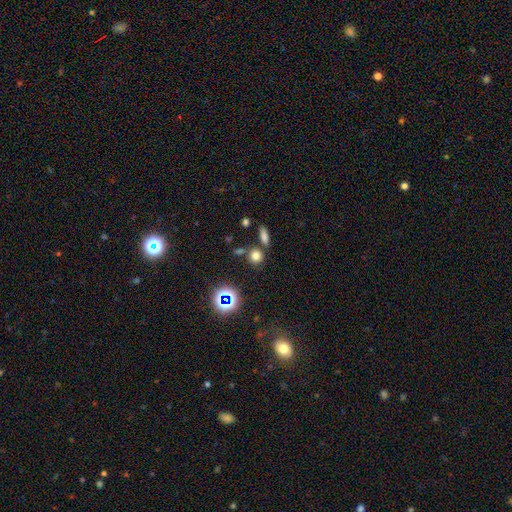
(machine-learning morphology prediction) This appears to be a smooth galaxy with no disk features (71%) that is round (81%). Merging: none (73%).